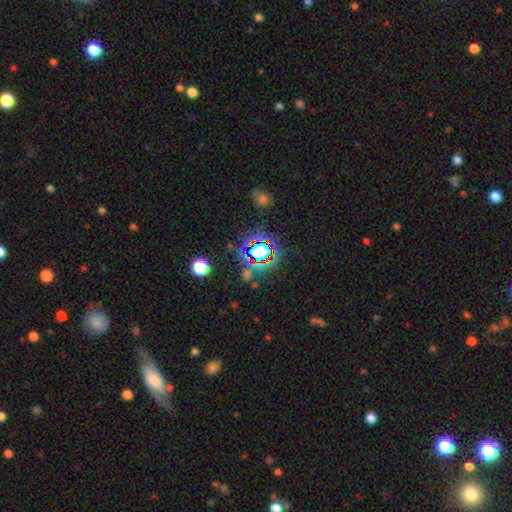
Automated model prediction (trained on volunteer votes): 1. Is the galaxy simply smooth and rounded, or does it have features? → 65% star or artifact, 24% smooth, 11% featured or disk.